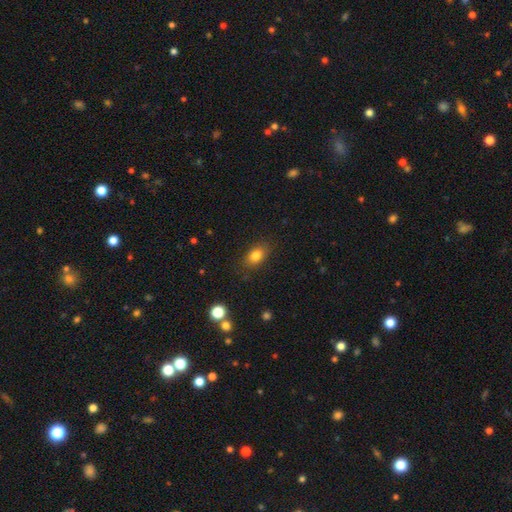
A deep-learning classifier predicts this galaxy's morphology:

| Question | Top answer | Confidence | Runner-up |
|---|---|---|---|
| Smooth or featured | smooth | 81% | star or artifact (10%) |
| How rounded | in between | 81% | round (17%) |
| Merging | none | 83% | minor disturbance (12%) |